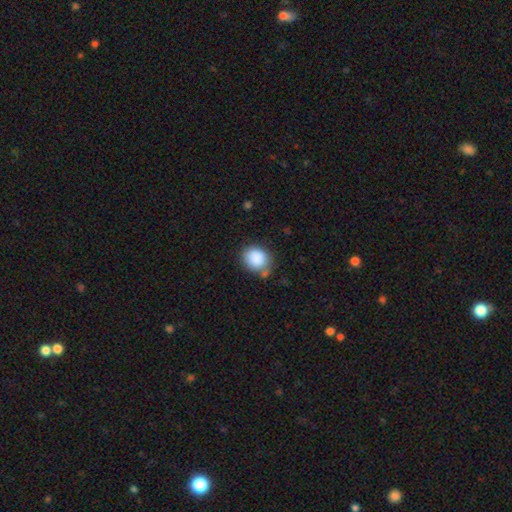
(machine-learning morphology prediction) Smooth or featured?
  - smooth: 87% *
  - star or artifact: 8%
  - featured or disk: 4%
How rounded?
  - round: 72% *
  - in between: 27%
  - cigar-shaped: 1%
Merging?
  - none: 71% *
  - minor disturbance: 17%
  - merger: 7%
  - major disturbance: 5%